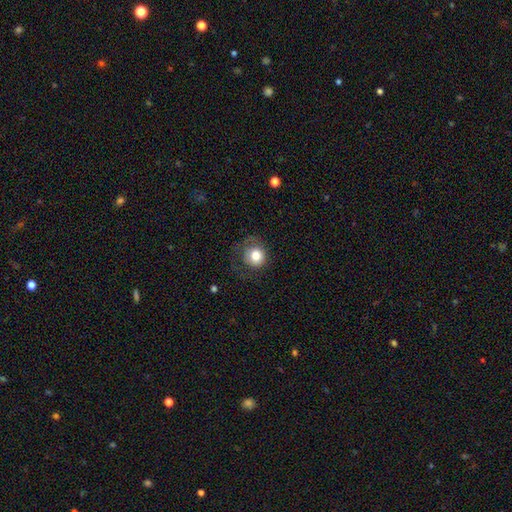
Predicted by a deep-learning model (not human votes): Q: Smooth or featured?
A: smooth (77%); runner-up: featured or disk (13%)
Q: How rounded?
A: round (89%); runner-up: in between (10%)
Q: Merging?
A: none (64%); runner-up: minor disturbance (19%)